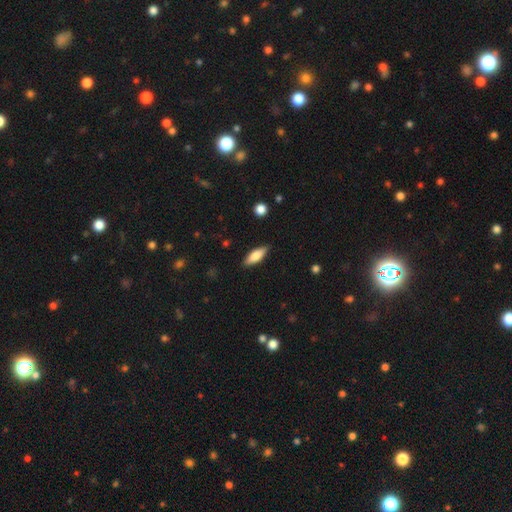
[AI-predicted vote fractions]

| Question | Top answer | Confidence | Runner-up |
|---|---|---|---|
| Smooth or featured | smooth | 72% | featured or disk (22%) |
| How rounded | in between | 61% | cigar-shaped (37%) |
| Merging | none | 86% | minor disturbance (11%) |